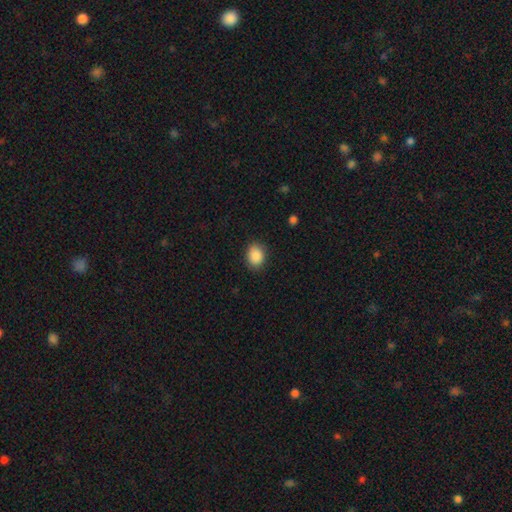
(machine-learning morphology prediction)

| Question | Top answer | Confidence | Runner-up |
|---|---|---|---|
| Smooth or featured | smooth | 89% | star or artifact (8%) |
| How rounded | in between | 59% | round (41%) |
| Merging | none | 86% | minor disturbance (10%) |